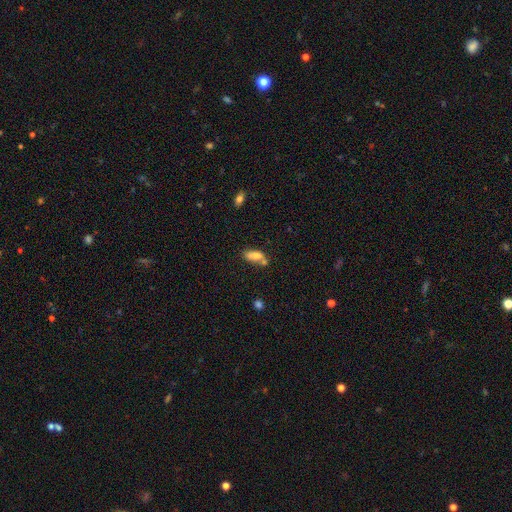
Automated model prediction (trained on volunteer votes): Smooth or featured? Predicted: smooth (p=0.70). How rounded? Predicted: in between (p=0.80). Merging? Predicted: none (p=0.49).